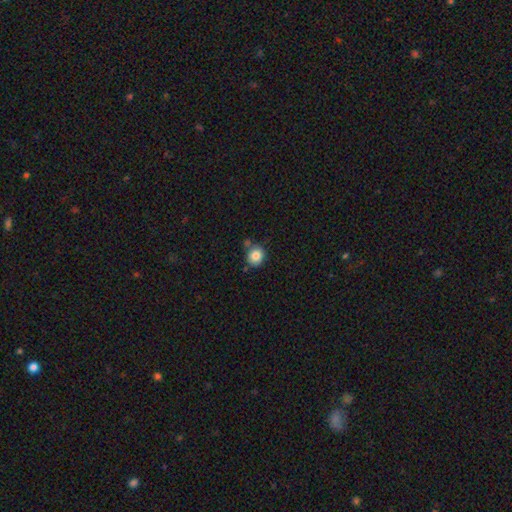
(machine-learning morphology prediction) A smooth galaxy with no disk features (84%) that is round (83%). Merging: none (70%).